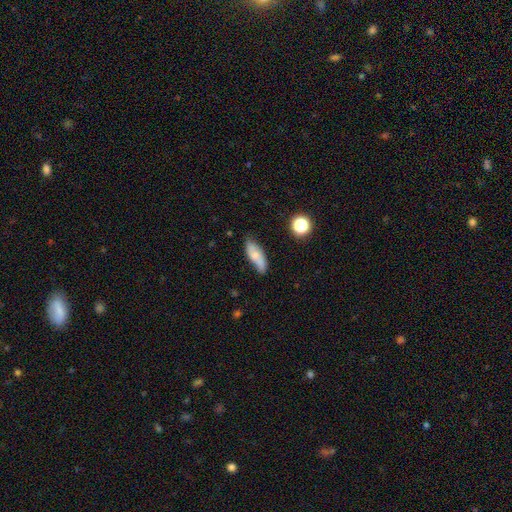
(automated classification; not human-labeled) Q: Smooth or featured?
A: smooth (65%); runner-up: featured or disk (27%)
Q: How rounded?
A: in between (66%); runner-up: cigar-shaped (31%)
Q: Merging?
A: none (71%); runner-up: minor disturbance (22%)